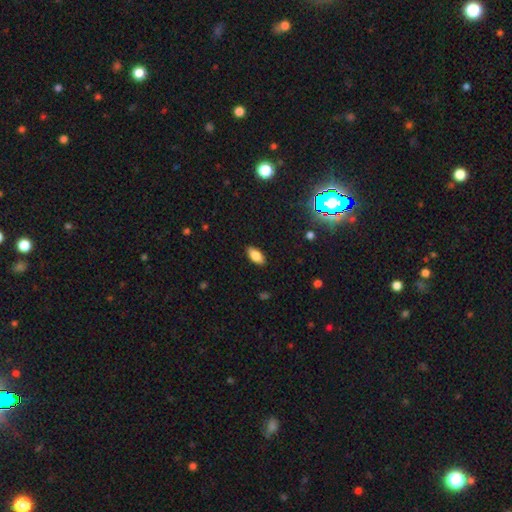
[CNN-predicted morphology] Smooth or featured?
  - smooth: 81% *
  - featured or disk: 11%
  - star or artifact: 8%
How rounded?
  - in between: 89% *
  - cigar-shaped: 8%
  - round: 3%
Merging?
  - none: 88% *
  - minor disturbance: 9%
  - major disturbance: 2%
  - merger: 1%